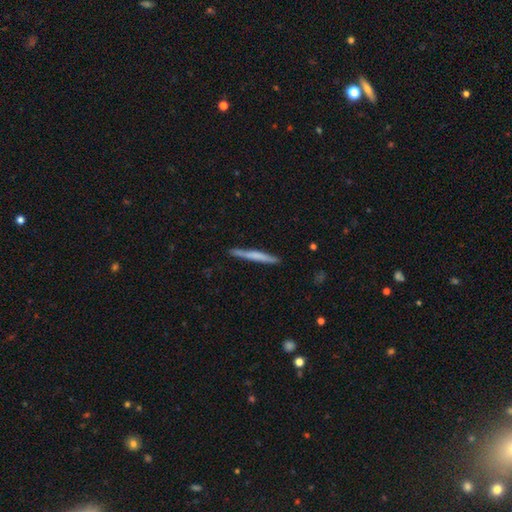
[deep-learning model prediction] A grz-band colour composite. It shows a smooth galaxy with no disk features (55%) that is cigar-shaped (97%). Merging: none (88%).